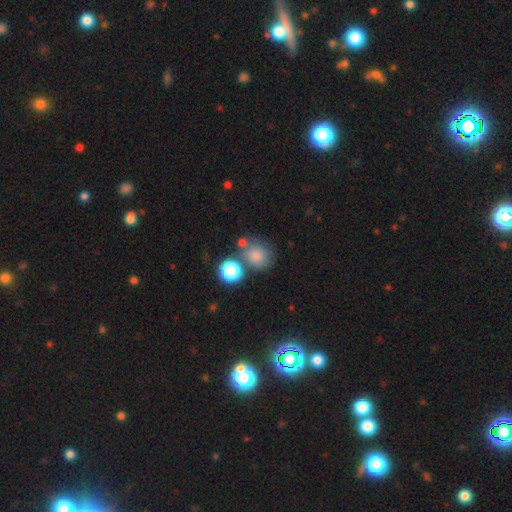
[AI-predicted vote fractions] Q: Smooth or featured?
A: smooth (76%); runner-up: featured or disk (12%)
Q: How rounded?
A: round (74%); runner-up: in between (25%)
Q: Merging?
A: none (51%); runner-up: merger (24%)